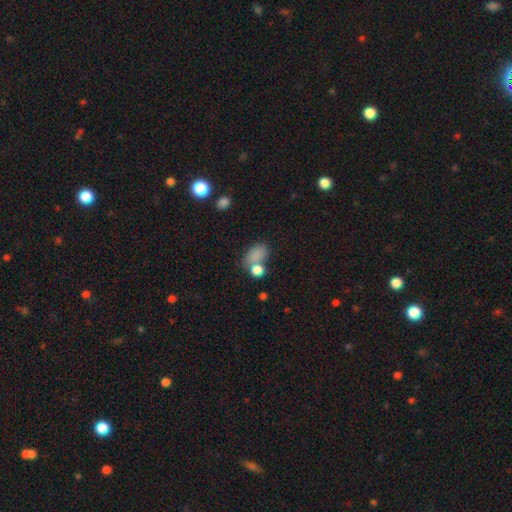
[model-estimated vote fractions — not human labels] smooth-or-featured: smooth: 80% | star or artifact: 12% | featured or disk: 8%
  how-rounded: in between: 76% | round: 22% | cigar-shaped: 2%
  merging: none: 46% | merger: 29% | minor disturbance: 16% | major disturbance: 9%